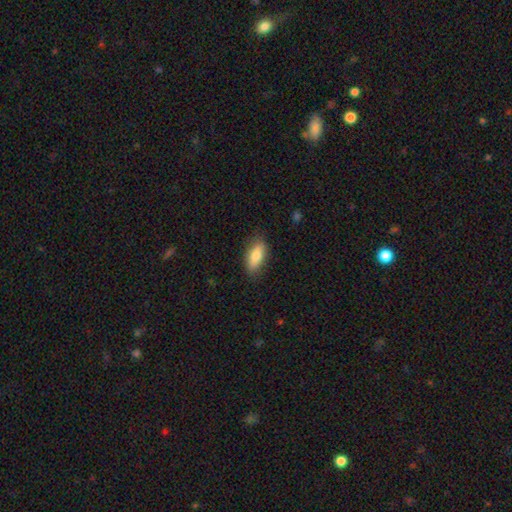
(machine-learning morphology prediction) Smooth or featured? smooth (80%)
How rounded? in between (81%)
Merging? none (83%)